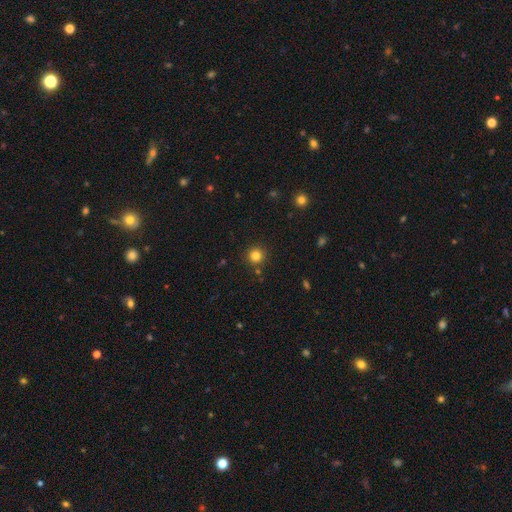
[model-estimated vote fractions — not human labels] smooth-or-featured: smooth: 81% | star or artifact: 14% | featured or disk: 5%
  how-rounded: round: 95% | in between: 4% | cigar-shaped: 1%
  merging: none: 89% | minor disturbance: 6% | merger: 3% | major disturbance: 2%